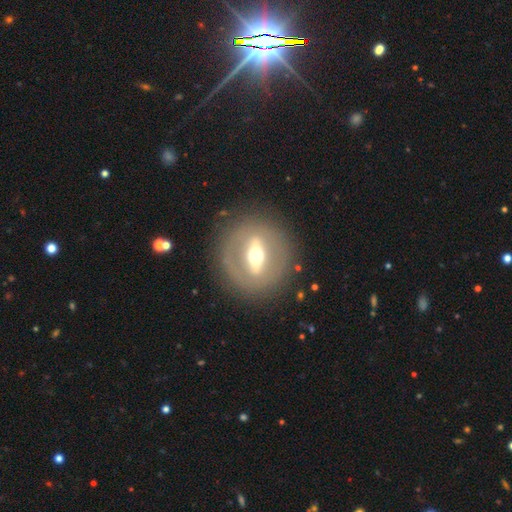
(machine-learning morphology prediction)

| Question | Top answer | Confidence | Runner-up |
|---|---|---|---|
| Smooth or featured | featured or disk | 73% | smooth (21%) |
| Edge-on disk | no | 66% | yes (34%) |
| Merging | none | 84% | minor disturbance (9%) |